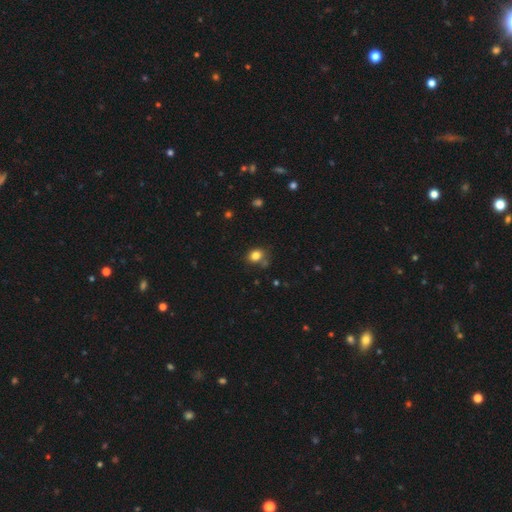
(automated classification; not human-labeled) Smooth or featured: smooth — 81% (star or artifact — 12%)
How rounded: round — 57% (in between — 42%)
Merging: none — 68% (minor disturbance — 18%)